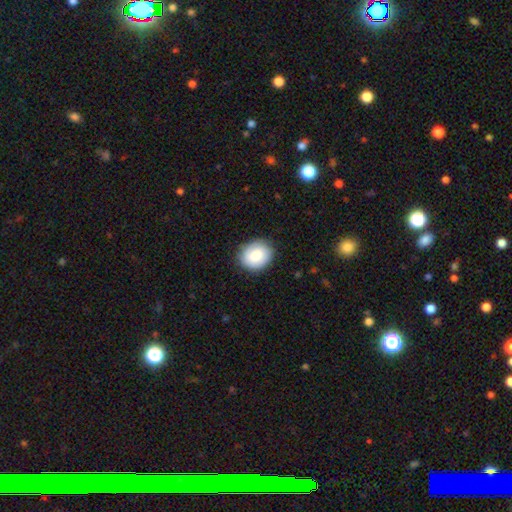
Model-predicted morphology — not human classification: Smooth or featured: smooth — 81% (featured or disk — 12%)
How rounded: round — 55% (in between — 44%)
Merging: none — 83% (minor disturbance — 13%)